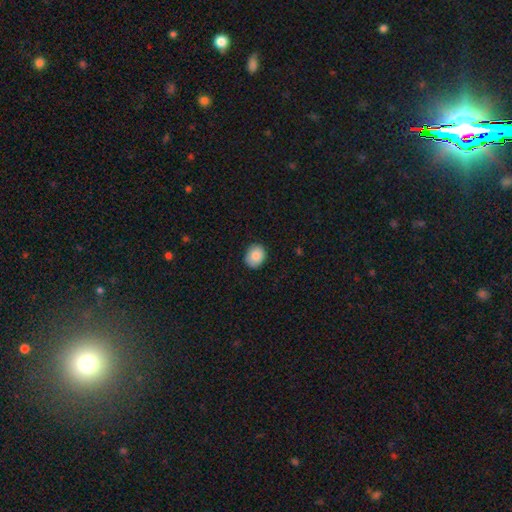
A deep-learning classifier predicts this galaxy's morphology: smooth-or-featured: smooth: 87% | star or artifact: 8% | featured or disk: 5%
  how-rounded: round: 63% | in between: 36% | cigar-shaped: 1%
  merging: none: 87% | minor disturbance: 10% | major disturbance: 2% | merger: 1%